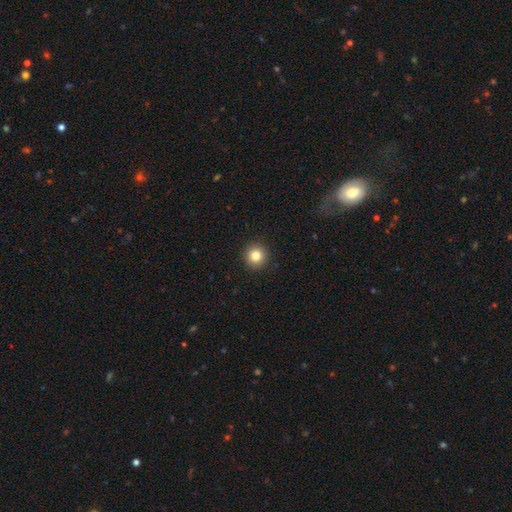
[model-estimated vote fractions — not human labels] Overall: smooth (83%). How rounded: round (94%). Merging: none (92%).